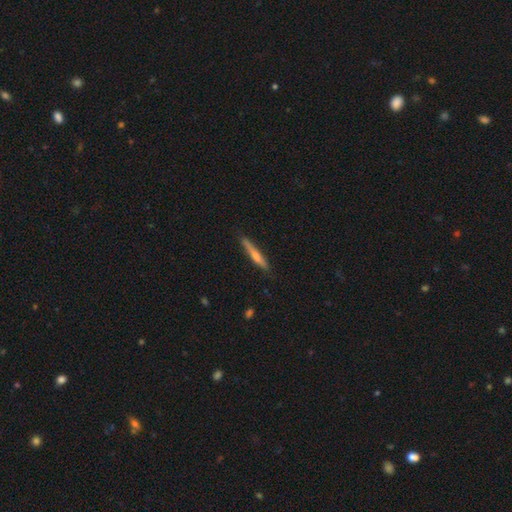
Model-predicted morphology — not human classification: Smooth or featured? featured or disk (54%)
Edge-on disk? yes (96%)
Edge-on bulge? rounded (67%)
Merging? none (87%)